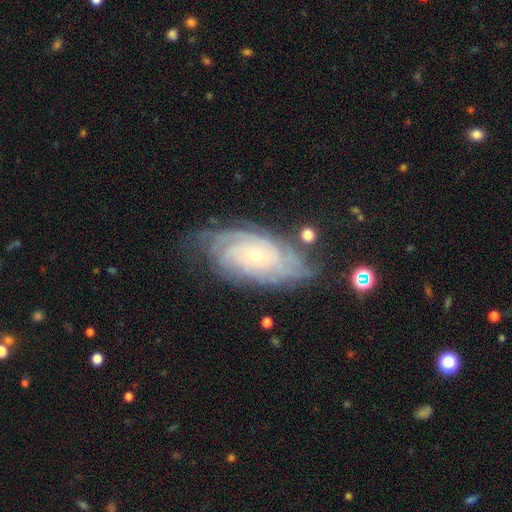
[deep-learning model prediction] A featured or disk galaxy (86%) with no bar (75%), tight (80%) spiral arms (97%) and a small central bulge (75%).

Vote fractions:
- Smooth or featured? featured or disk: 86% / smooth: 7% / star or artifact: 6%
- Edge-on disk? no: 94% / yes: 6%
- Bar? no: 75% / weak: 20% / strong: 6%
- Spiral arms? yes: 97% / no: 3%
- Spiral winding? tight: 80% / medium: 17% / loose: 3%
- Spiral arm count? can't tell: 31% / 4: 26% / 3: 15% / more than 4: 12% / 2: 11% / 1: 5%
- Bulge size? small: 75% / moderate: 22% / large: 1% / none: 1% / dominant: 1%
- Merging? none: 71% / minor disturbance: 19% / major disturbance: 7% / merger: 3%